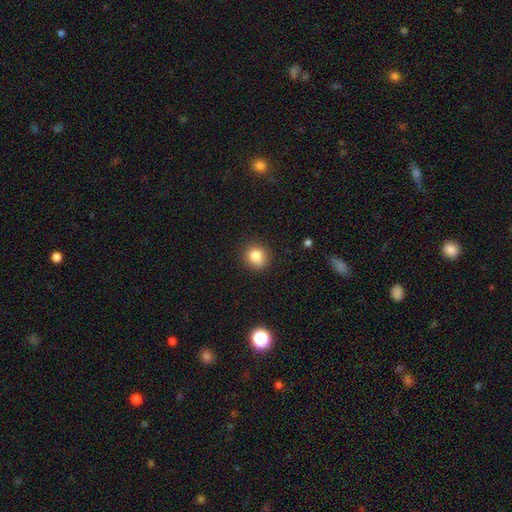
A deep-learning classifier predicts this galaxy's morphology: type=smooth (82%); roundness=round (82%); merging=none (87%).